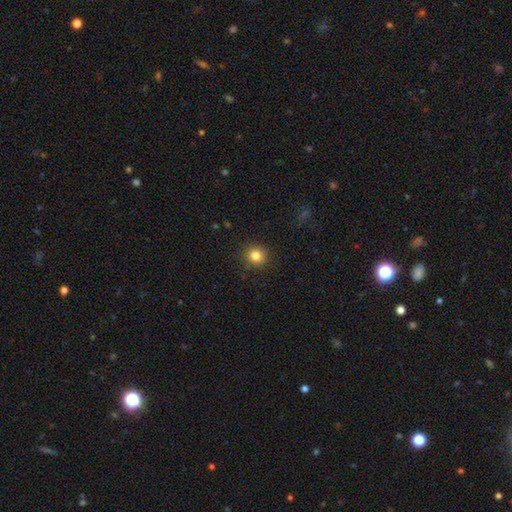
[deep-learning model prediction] smooth_or_featured: smooth (p=0.83) [alt: star or artifact p=0.12]
how_rounded: round (p=0.91) [alt: in between p=0.08]
merging: none (p=0.91) [alt: minor disturbance p=0.06]